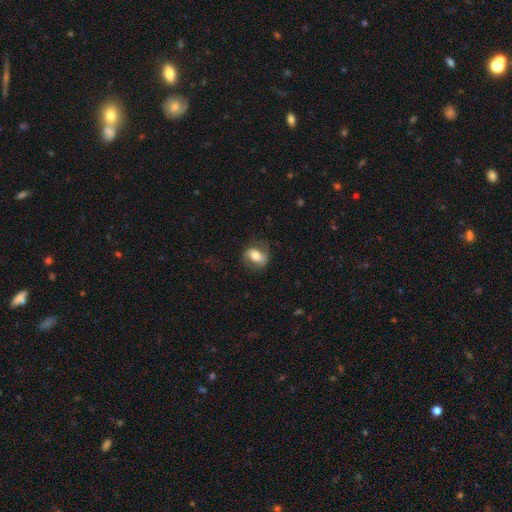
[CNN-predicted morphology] Smooth or featured?
  - smooth: 47% *
  - featured or disk: 45%
  - star or artifact: 8%
Merging?
  - none: 69% *
  - minor disturbance: 19%
  - major disturbance: 10%
  - merger: 1%